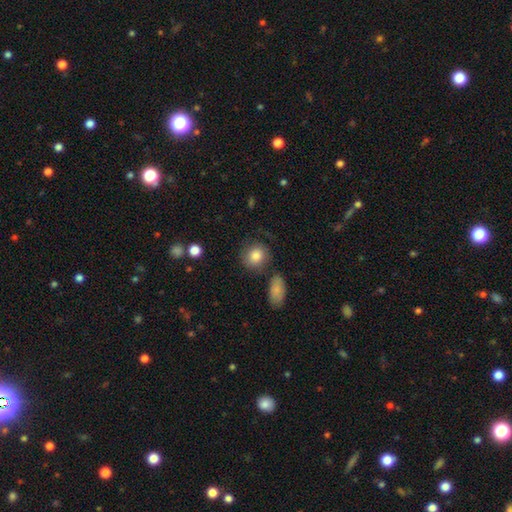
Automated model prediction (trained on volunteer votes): Smooth or featured? Predicted: smooth (p=0.84). How rounded? Predicted: round (p=0.79). Merging? Predicted: none (p=0.74).